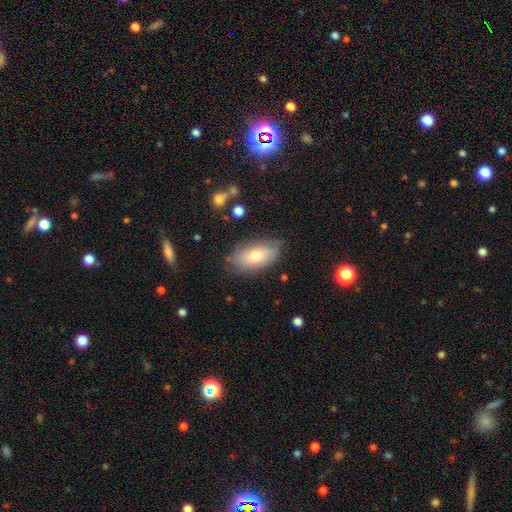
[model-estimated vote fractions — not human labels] A smooth galaxy with no disk features (66%) that is in between round and cigar-shaped (92%). Merging: none (74%).